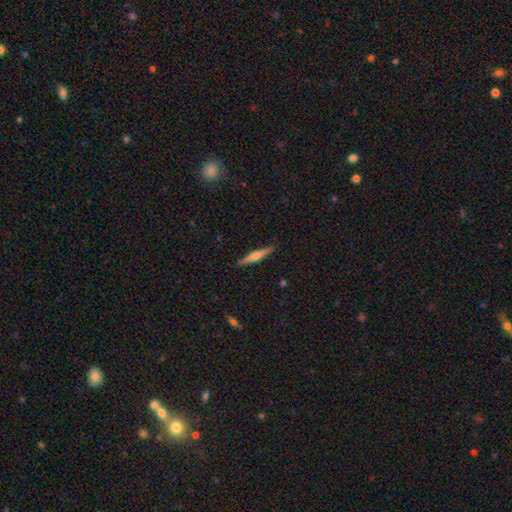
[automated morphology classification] This is likely a featured or disk galaxy (62%). It is clearly viewed edge-on (97%). Edge-on bulge: clearly rounded (84%). Merging: clearly none (90%).